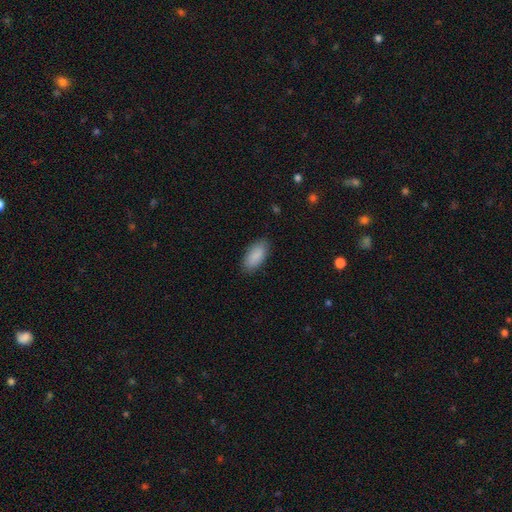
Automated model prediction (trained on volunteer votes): A smooth galaxy with no disk features (89%) that is in between round and cigar-shaped (92%).

Vote fractions:
- Smooth or featured? smooth: 89% / star or artifact: 6% / featured or disk: 4%
- How rounded? in between: 92% / cigar-shaped: 6% / round: 2%
- Merging? none: 86% / minor disturbance: 11% / major disturbance: 2% / merger: 1%